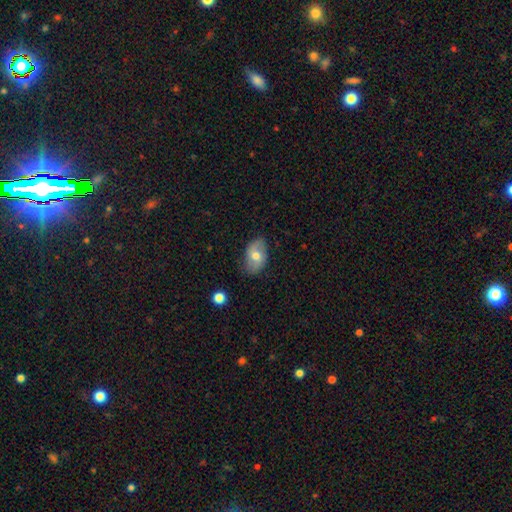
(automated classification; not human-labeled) The model was most divided on "smooth or featured": smooth: 55%, featured or disk: 37%, star or artifact: 7%. More confident: how rounded — in between (88%); merging — none (73%).